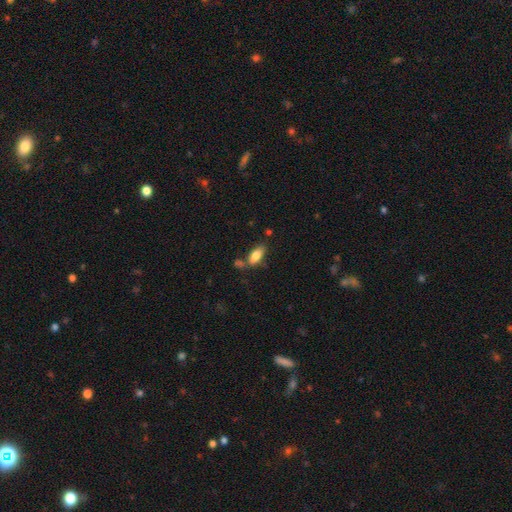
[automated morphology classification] Smooth or featured? smooth (81%)
How rounded? in between (84%)
Merging? none (63%)